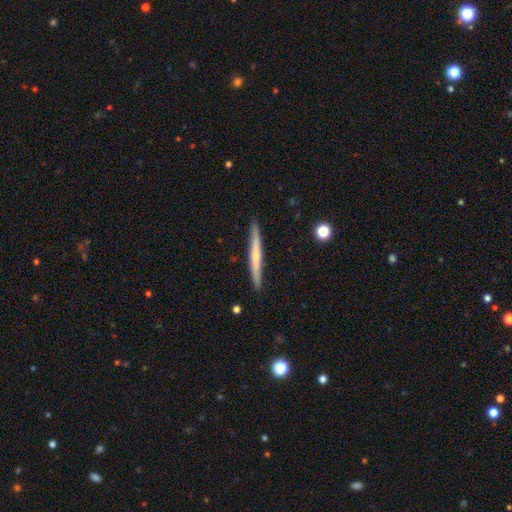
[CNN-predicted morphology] This is possibly a featured or disk galaxy (48%). Merging: clearly none (90%).